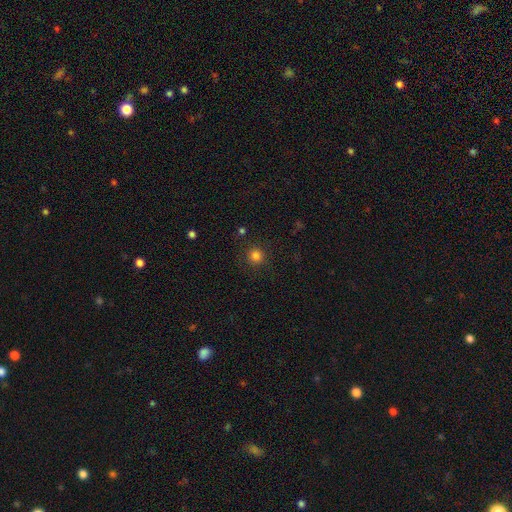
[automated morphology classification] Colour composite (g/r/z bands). It shows a smooth galaxy with no disk features (81%) that is round (94%). Merging: none (89%).